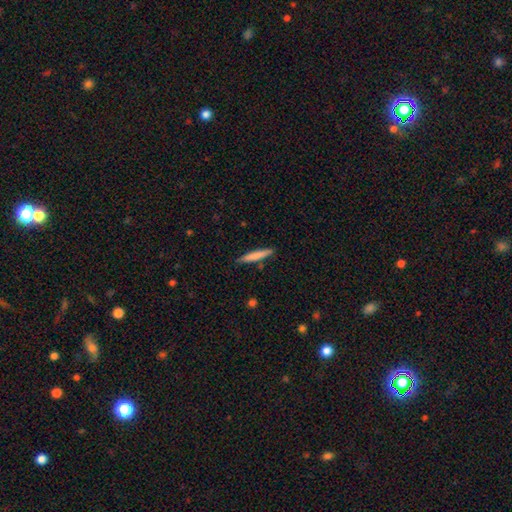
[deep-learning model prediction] A smooth galaxy with no disk features (76%) that is cigar-shaped (94%). Merging: none (86%).